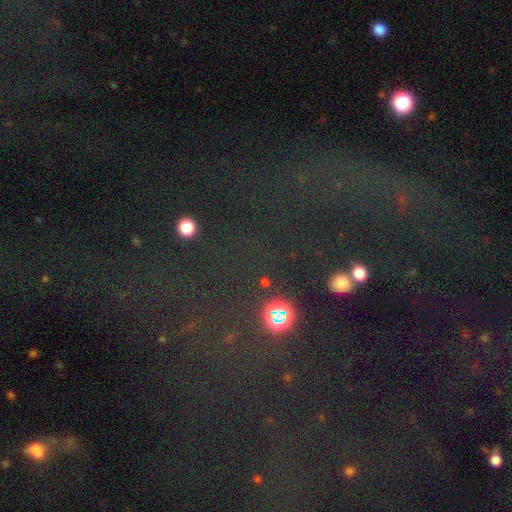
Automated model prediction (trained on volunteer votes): This is likely a star or artifact rather than a galaxy (68%).